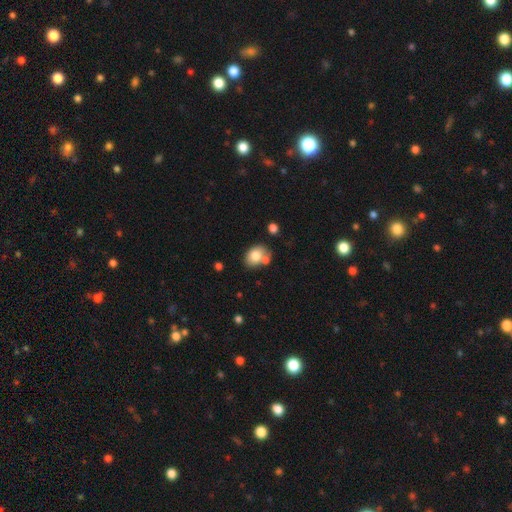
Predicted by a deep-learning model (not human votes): This appears to be a smooth galaxy with no disk features (77%) that is in between round and cigar-shaped (67%). Merging: none (56%).